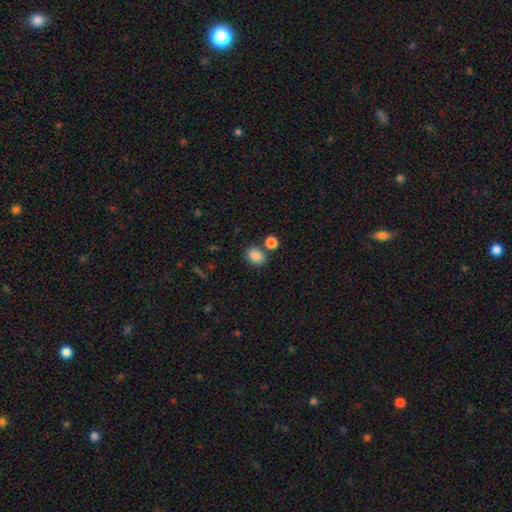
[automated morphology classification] This is clearly a smooth galaxy (86%). How rounded: likely in between (61%). Merging: likely none (71%).